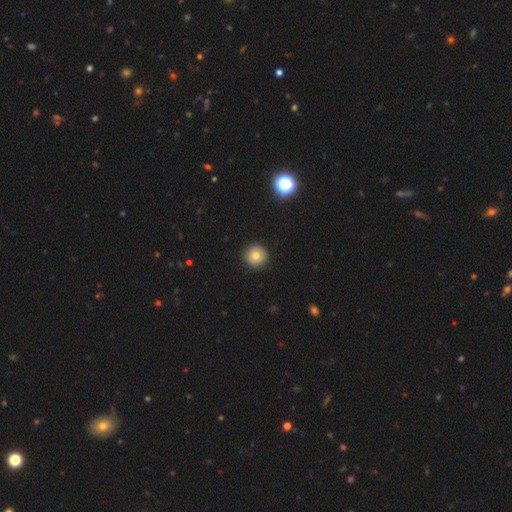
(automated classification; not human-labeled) Q: Smooth or featured?
A: smooth (79%); runner-up: star or artifact (12%)
Q: How rounded?
A: round (95%); runner-up: in between (4%)
Q: Merging?
A: none (90%); runner-up: minor disturbance (7%)